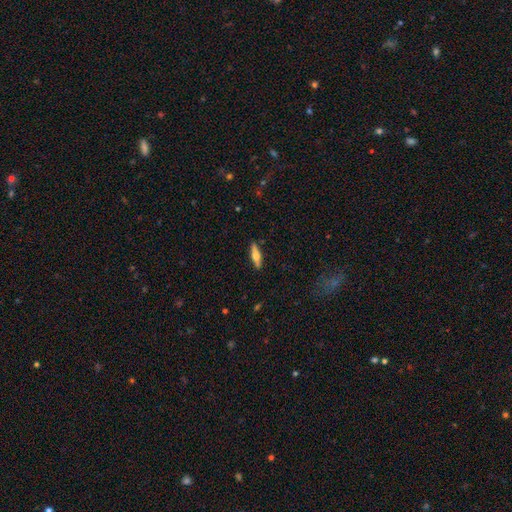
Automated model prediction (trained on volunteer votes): A featured or disk galaxy (50%) viewed edge-on (94%).

Vote fractions:
- Smooth or featured? featured or disk: 50% / smooth: 44% / star or artifact: 6%
- Edge-on disk? yes: 94% / no: 6%
- Merging? none: 89% / minor disturbance: 8% / major disturbance: 2% / merger: 1%